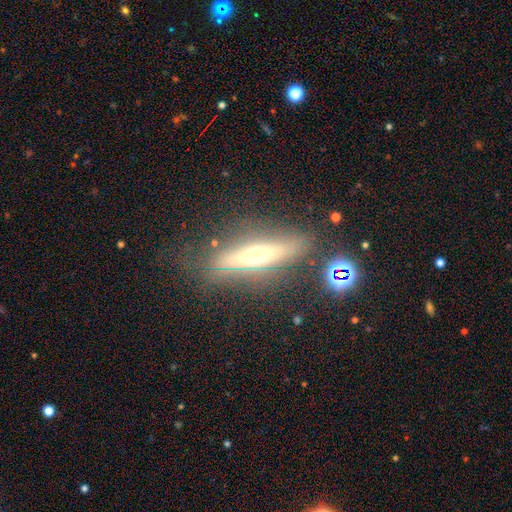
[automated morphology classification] Smooth or featured? Predicted: featured or disk (p=0.55). Edge-on disk? Predicted: yes (p=0.83). Merging? Predicted: none (p=0.76).